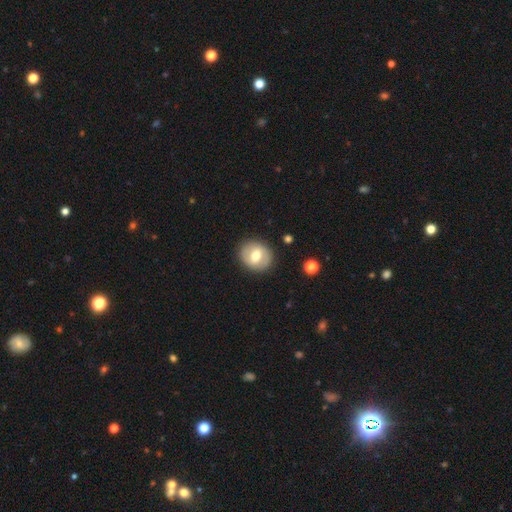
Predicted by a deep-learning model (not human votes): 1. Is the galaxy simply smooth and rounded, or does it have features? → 50% smooth, 43% featured or disk, 7% star or artifact.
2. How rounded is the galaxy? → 71% round, 28% in between, 1% cigar-shaped.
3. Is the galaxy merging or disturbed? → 87% none, 9% minor disturbance, 3% major disturbance, 1% merger.